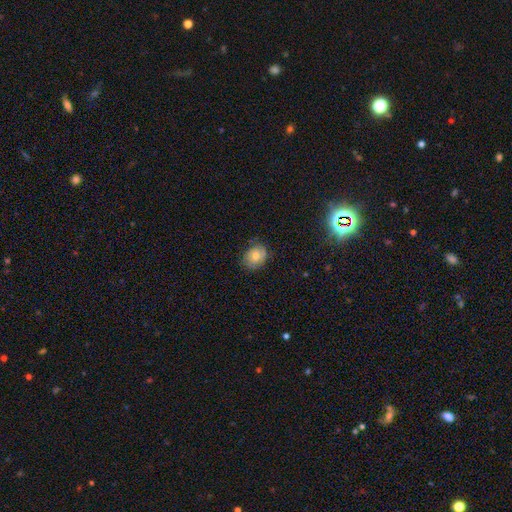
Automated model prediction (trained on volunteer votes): smooth_or_featured: smooth (p=0.65) [alt: featured or disk p=0.24]
how_rounded: in between (p=0.51) [alt: round p=0.48]
merging: none (p=0.77) [alt: minor disturbance p=0.18]